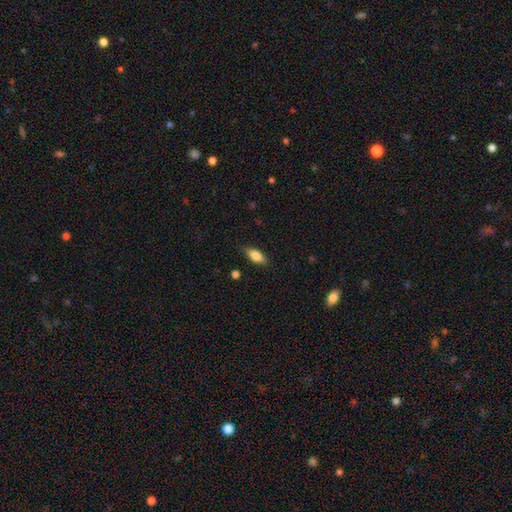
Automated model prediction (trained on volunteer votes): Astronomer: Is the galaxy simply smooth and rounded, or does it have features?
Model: smooth — 80%.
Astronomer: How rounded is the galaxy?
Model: in between — 78%.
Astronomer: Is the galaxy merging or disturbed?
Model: none — 84%.